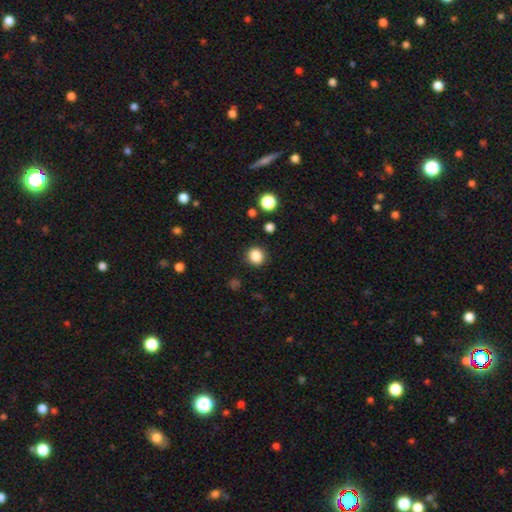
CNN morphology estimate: Smooth or featured?
  - smooth: 85% *
  - star or artifact: 11%
  - featured or disk: 4%
How rounded?
  - round: 87% *
  - in between: 12%
  - cigar-shaped: 1%
Merging?
  - none: 89% *
  - minor disturbance: 7%
  - major disturbance: 3%
  - merger: 2%